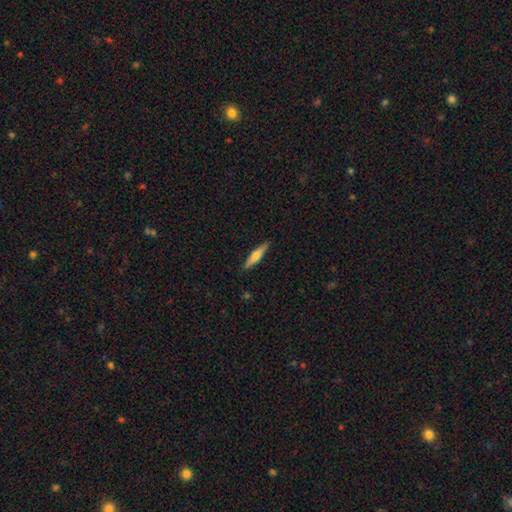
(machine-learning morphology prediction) Smooth or featured? smooth (54%)
How rounded? cigar-shaped (81%)
Merging? none (89%)